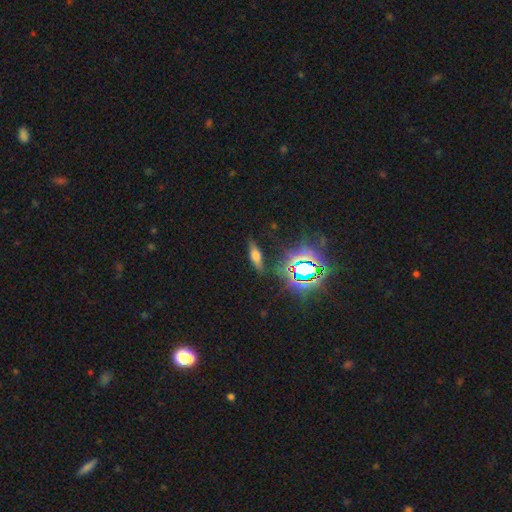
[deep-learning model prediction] Overall: smooth (48%; featured or disk 29%). Merging: none (82%).